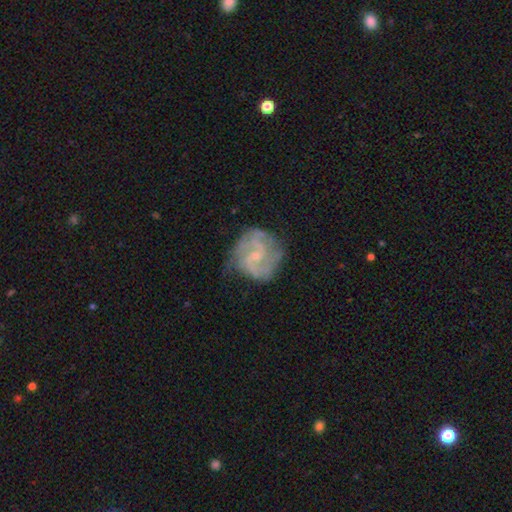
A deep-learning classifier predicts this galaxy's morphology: smooth_or_featured: featured or disk (p=0.85) [alt: smooth p=0.09]
disk_edge_on: no (p=0.98) [alt: yes p=0.02]
bar: weak (p=0.48) [alt: no p=0.43]
has_spiral_arms: yes (p=0.95) [alt: no p=0.05]
spiral_winding: medium (p=0.49) [alt: tight p=0.37]
spiral_arm_count: 2 (p=0.58) [alt: 3 p=0.17]
bulge_size: small (p=0.70) [alt: moderate p=0.21]
merging: none (p=0.67) [alt: minor disturbance p=0.22]